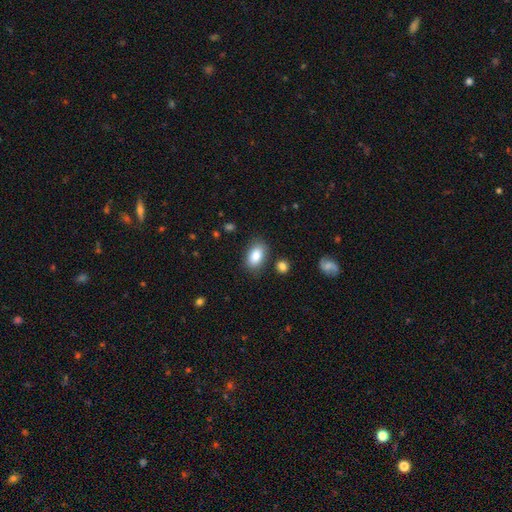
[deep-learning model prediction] Morphology: type=smooth (86%); roundness=in between (91%); merging=none (82%).